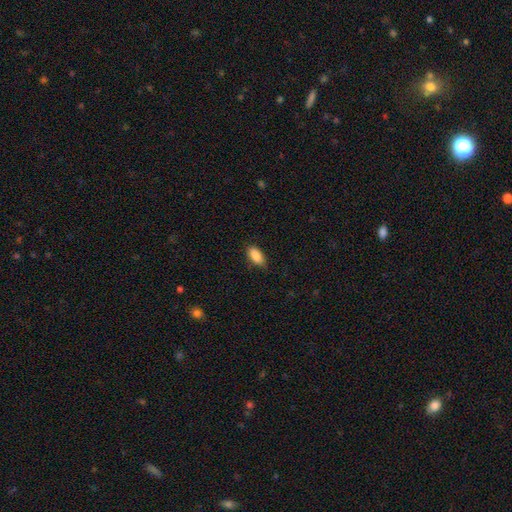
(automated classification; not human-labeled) A smooth galaxy with no disk features (89%) that is in between round and cigar-shaped (91%). Merging: none (81%).